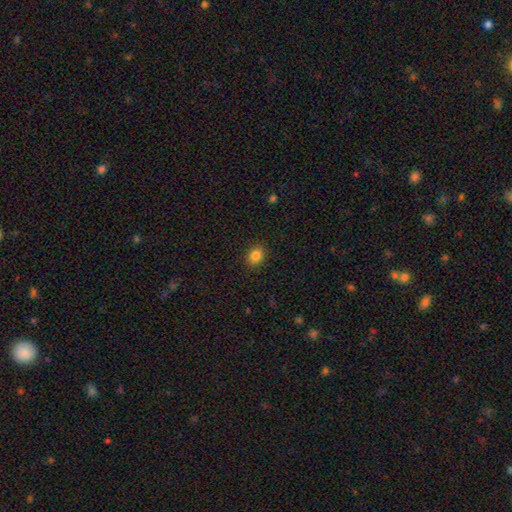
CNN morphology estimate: type=smooth (84%); roundness=round (53%); merging=none (90%).